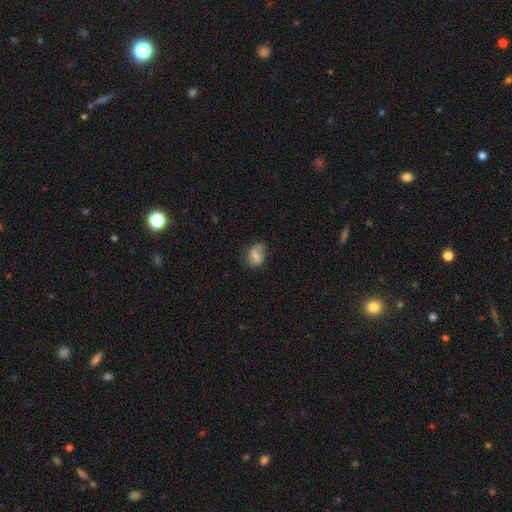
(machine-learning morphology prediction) smooth_or_featured: smooth (p=0.65) [alt: featured or disk p=0.27]
how_rounded: in between (p=0.68) [alt: round p=0.31]
merging: none (p=0.68) [alt: minor disturbance p=0.24]